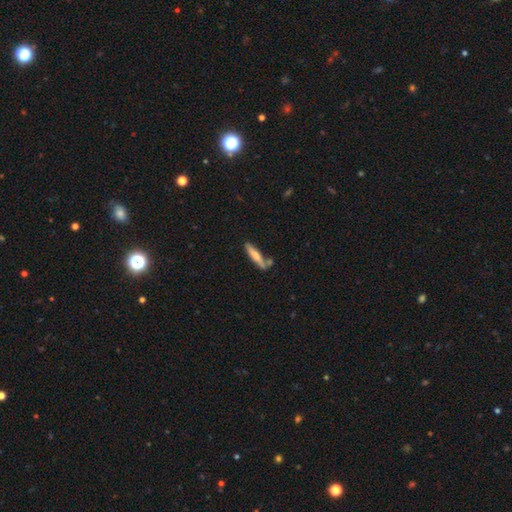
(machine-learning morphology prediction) Overall: smooth (65%; featured or disk 29%). How rounded: cigar-shaped (88%). Merging: none (69%).